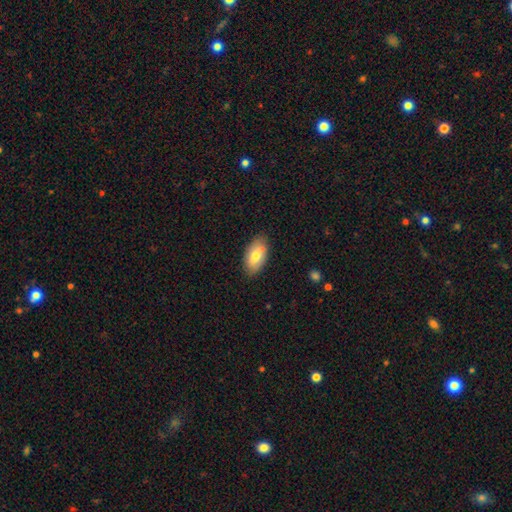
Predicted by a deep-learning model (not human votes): Morphology: type=smooth (69%); roundness=in between (93%); merging=none (82%).